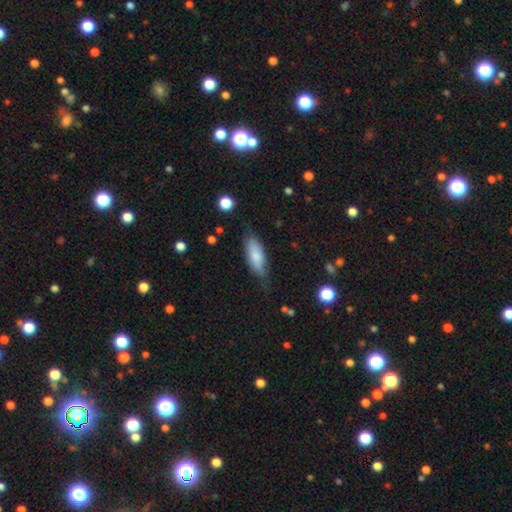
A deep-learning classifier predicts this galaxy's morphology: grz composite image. It shows a smooth galaxy with no disk features (77%) that is in between round and cigar-shaped (69%). Merging: none (63%).